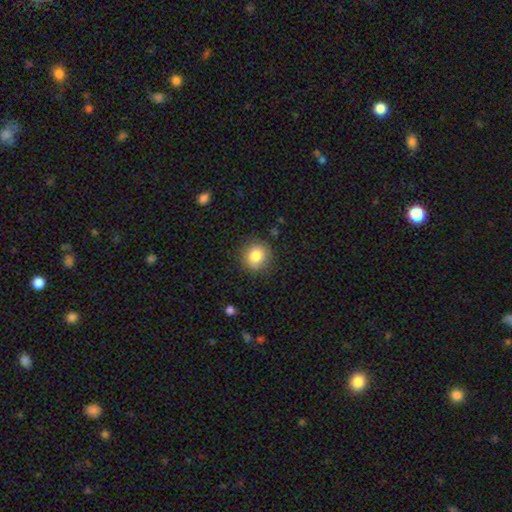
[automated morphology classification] Smooth or featured? Predicted: smooth (p=0.83). How rounded? Predicted: round (p=0.87). Merging? Predicted: none (p=0.86).